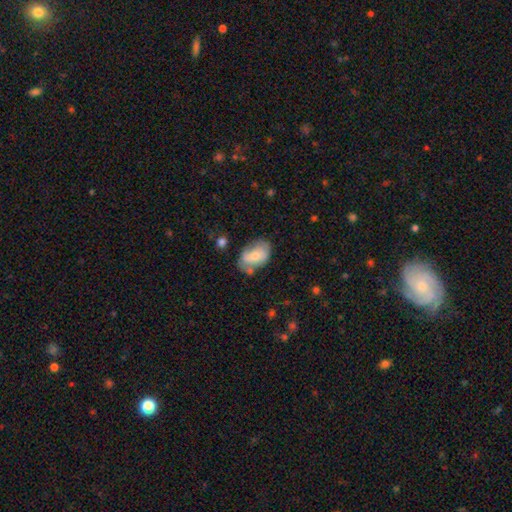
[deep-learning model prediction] Smooth or featured?
  - smooth: 58% *
  - featured or disk: 35%
  - star or artifact: 7%
How rounded?
  - in between: 83% *
  - round: 15%
  - cigar-shaped: 1%
Merging?
  - none: 54% *
  - minor disturbance: 29%
  - major disturbance: 10%
  - merger: 7%